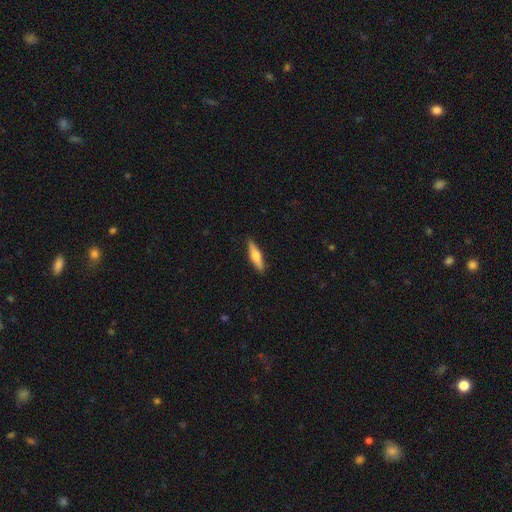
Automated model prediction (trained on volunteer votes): The model was most divided on "smooth or featured": smooth: 52%, featured or disk: 43%, star or artifact: 6%. More confident: merging — none (89%); how rounded — cigar-shaped (72%).